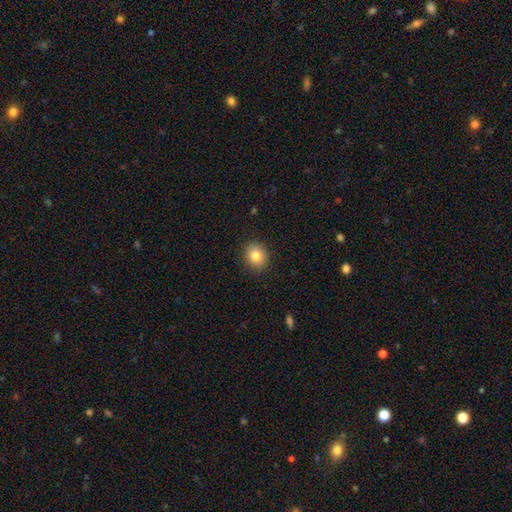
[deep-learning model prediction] Smooth or featured? smooth (82%)
How rounded? round (67%)
Merging? none (90%)